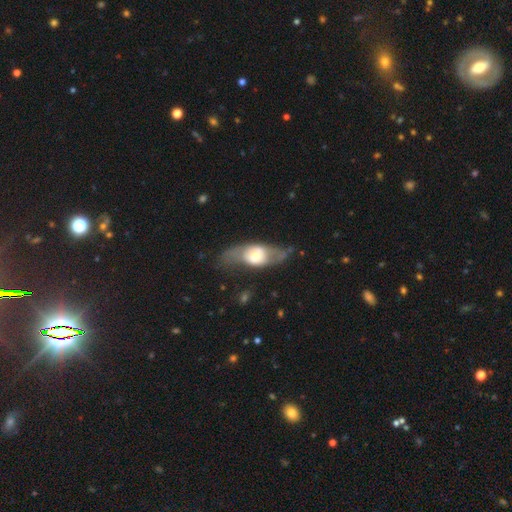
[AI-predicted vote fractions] This appears to be a featured or disk galaxy (58%). Merging: none (59%).